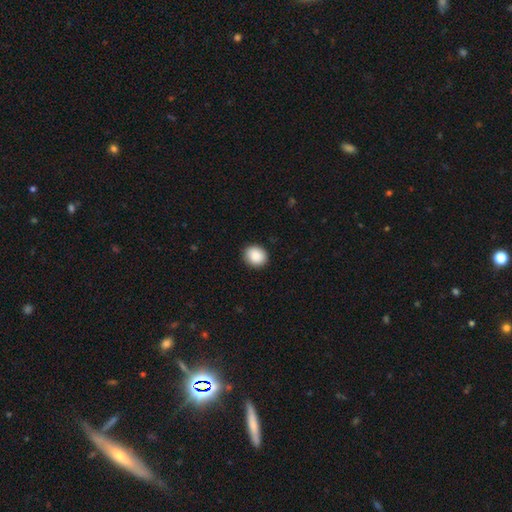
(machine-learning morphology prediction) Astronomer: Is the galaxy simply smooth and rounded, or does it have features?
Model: smooth — 89%.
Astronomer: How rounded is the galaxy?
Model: round — 75%.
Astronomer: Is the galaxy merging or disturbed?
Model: none — 90%.